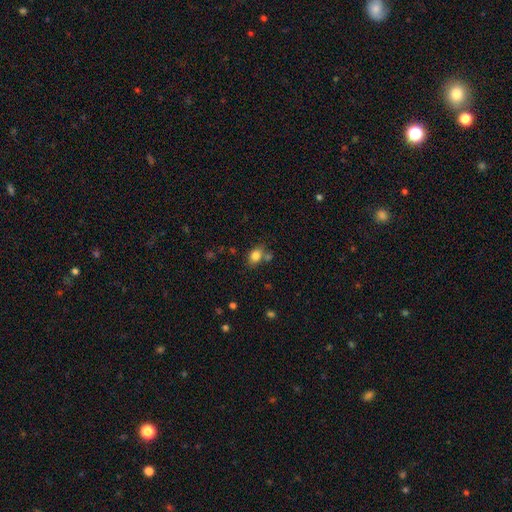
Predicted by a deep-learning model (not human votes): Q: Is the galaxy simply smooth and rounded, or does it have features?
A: smooth — 82%.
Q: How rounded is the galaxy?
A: in between — 70%.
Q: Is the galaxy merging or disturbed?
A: none — 65%.